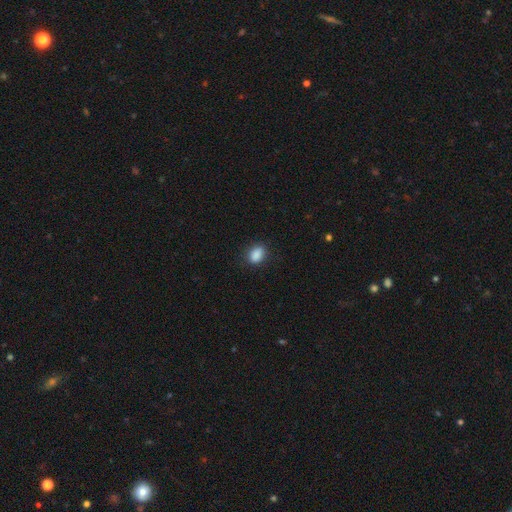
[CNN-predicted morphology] smooth 88%, star or artifact 9%, featured or disk 3%. Down the decision tree: how rounded — in between (77%); merging — none (82%).